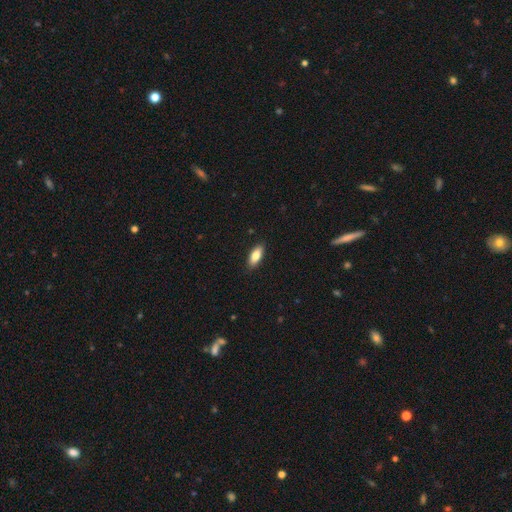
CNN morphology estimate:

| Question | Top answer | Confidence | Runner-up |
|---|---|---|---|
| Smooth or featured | smooth | 81% | featured or disk (13%) |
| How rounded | in between | 81% | cigar-shaped (17%) |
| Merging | none | 89% | minor disturbance (8%) |